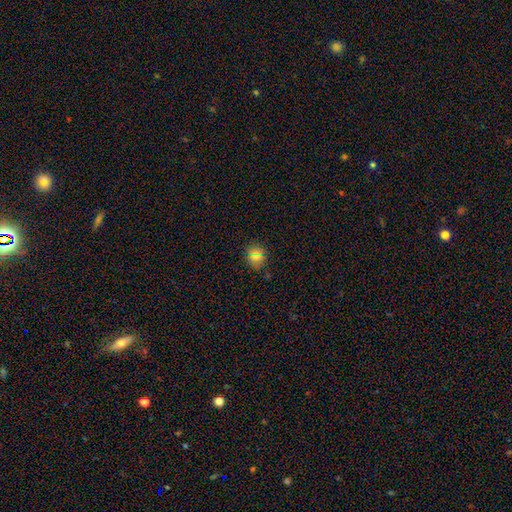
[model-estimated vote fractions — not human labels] smooth 74%, star or artifact 18%, featured or disk 8%. Down the decision tree: how rounded — round (73%); merging — none (85%).